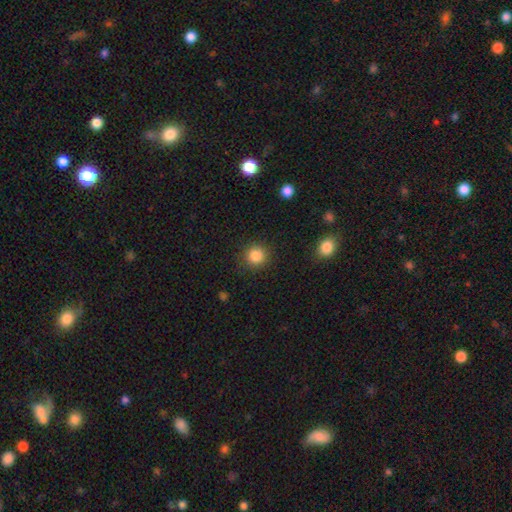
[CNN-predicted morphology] Smooth or featured? Predicted: smooth (p=0.85). How rounded? Predicted: round (p=0.92). Merging? Predicted: none (p=0.89).